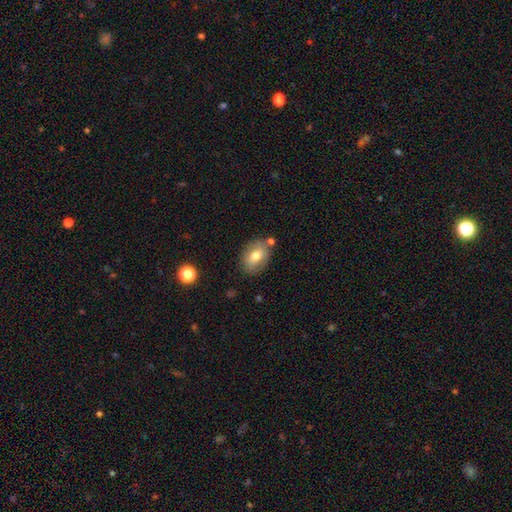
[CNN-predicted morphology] Q: Smooth or featured?
A: smooth (71%); runner-up: featured or disk (20%)
Q: How rounded?
A: in between (75%); runner-up: round (24%)
Q: Merging?
A: none (75%); runner-up: minor disturbance (14%)